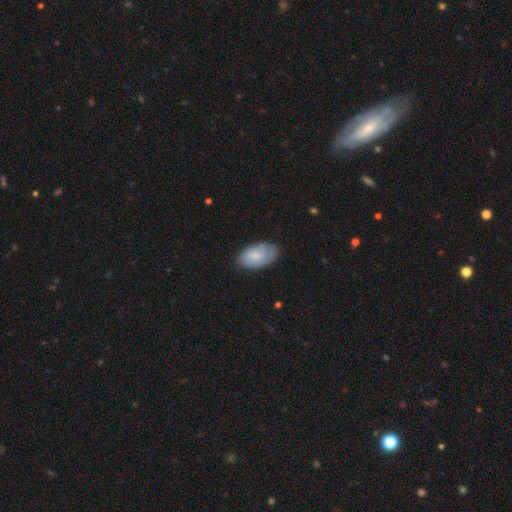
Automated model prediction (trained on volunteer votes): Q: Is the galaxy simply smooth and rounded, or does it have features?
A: smooth — 72%.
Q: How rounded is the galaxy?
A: in between — 94%.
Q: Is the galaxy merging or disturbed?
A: none — 74%.